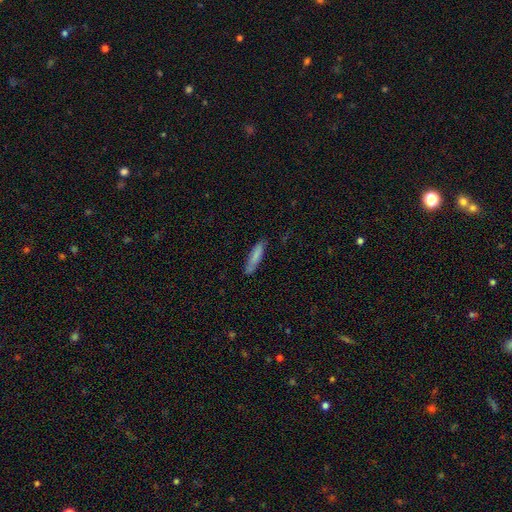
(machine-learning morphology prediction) Smooth or featured? smooth (79%)
How rounded? cigar-shaped (80%)
Merging? none (79%)